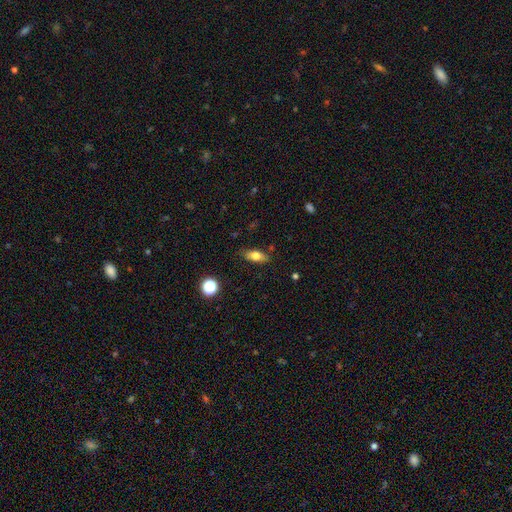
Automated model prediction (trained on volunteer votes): Smooth or featured: smooth — 70% (featured or disk — 21%)
How rounded: in between — 75% (cigar-shaped — 18%)
Merging: none — 83% (minor disturbance — 12%)